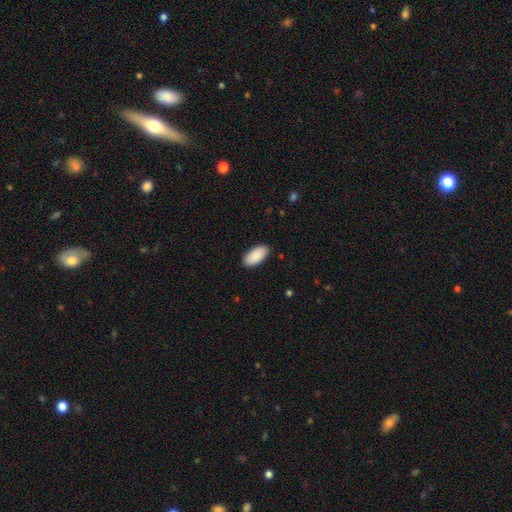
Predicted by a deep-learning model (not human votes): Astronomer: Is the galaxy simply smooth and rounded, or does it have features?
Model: smooth — 90%.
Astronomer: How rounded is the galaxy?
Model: in between — 95%.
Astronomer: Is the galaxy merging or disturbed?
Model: none — 89%.